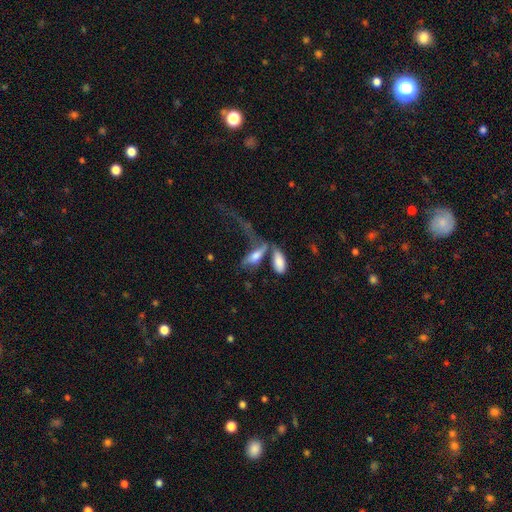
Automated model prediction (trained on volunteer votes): The model was most divided on "merging": merger: 47%, major disturbance: 23%, none: 20%, minor disturbance: 11%. More confident: how rounded — in between (64%); smooth or featured — smooth (60%).